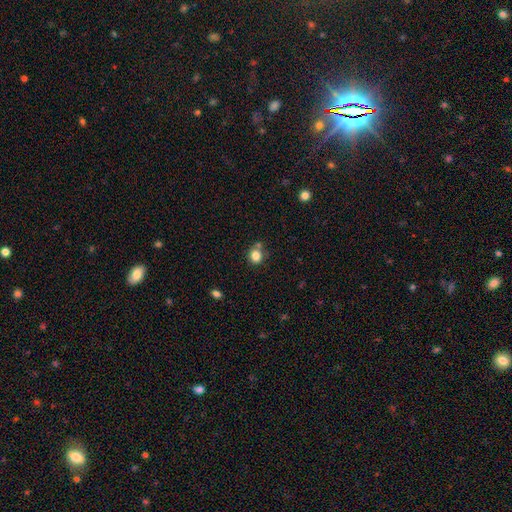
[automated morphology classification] Q: Smooth or featured?
A: smooth (83%); runner-up: star or artifact (11%)
Q: How rounded?
A: round (79%); runner-up: in between (20%)
Q: Merging?
A: none (66%); runner-up: merger (16%)